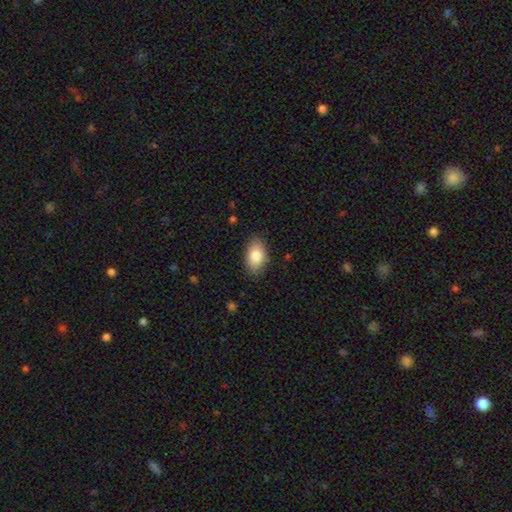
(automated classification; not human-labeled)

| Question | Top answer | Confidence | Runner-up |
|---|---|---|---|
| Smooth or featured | smooth | 84% | featured or disk (9%) |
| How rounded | in between | 92% | round (6%) |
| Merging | none | 84% | minor disturbance (12%) |